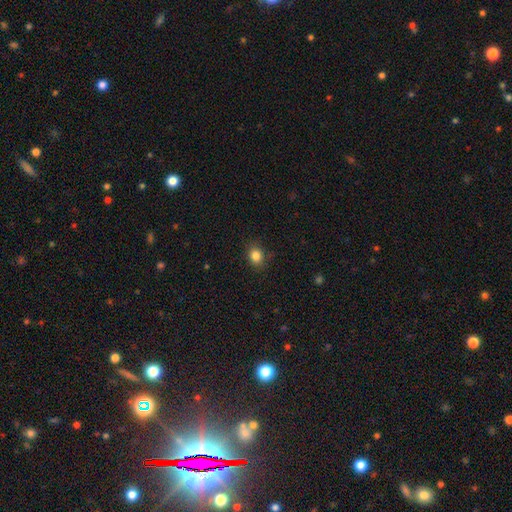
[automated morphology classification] A smooth galaxy with no disk features (84%) that is round (54%). Merging: none (85%).